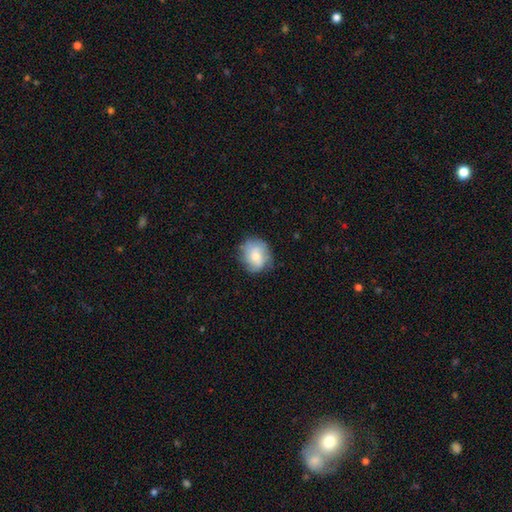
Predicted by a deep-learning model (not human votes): A smooth galaxy with no disk features (59%) that is round (67%). Merging: none (71%).